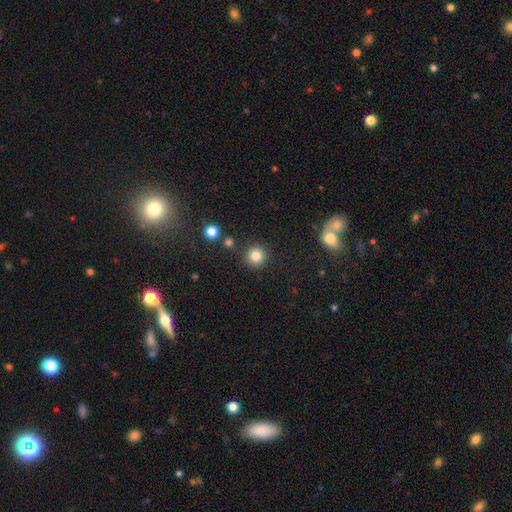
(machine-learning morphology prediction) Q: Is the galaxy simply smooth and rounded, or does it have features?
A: smooth — 83%.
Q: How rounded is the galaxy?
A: round — 94%.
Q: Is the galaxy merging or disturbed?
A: none — 88%.